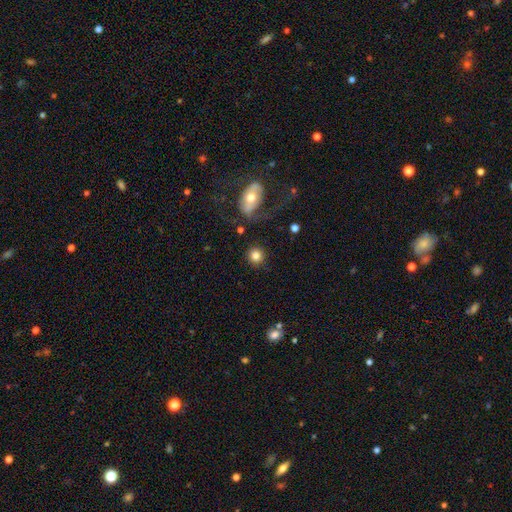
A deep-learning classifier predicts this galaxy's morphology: Overall: smooth (82%). How rounded: round (90%). Merging: none (83%).